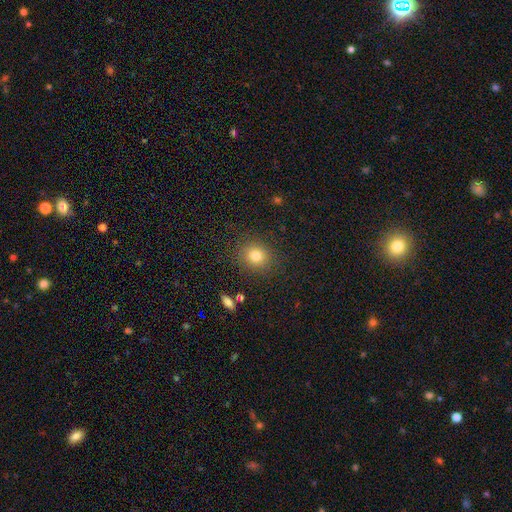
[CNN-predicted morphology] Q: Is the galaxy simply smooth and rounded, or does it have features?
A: smooth — 80%.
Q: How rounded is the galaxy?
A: round — 79%.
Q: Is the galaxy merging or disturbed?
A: none — 86%.